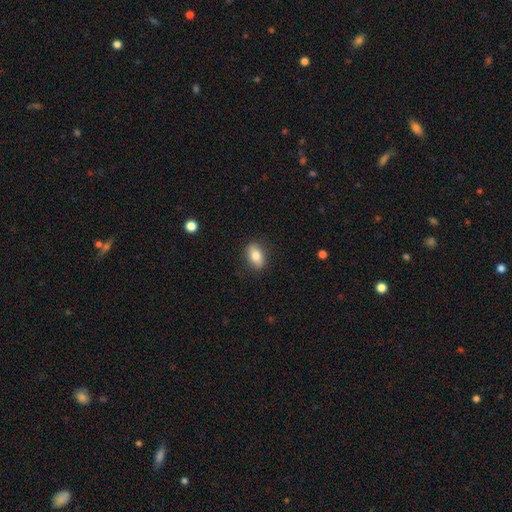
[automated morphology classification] This appears to be a smooth galaxy with no disk features (81%) that is in between round and cigar-shaped (86%). Merging: none (86%).